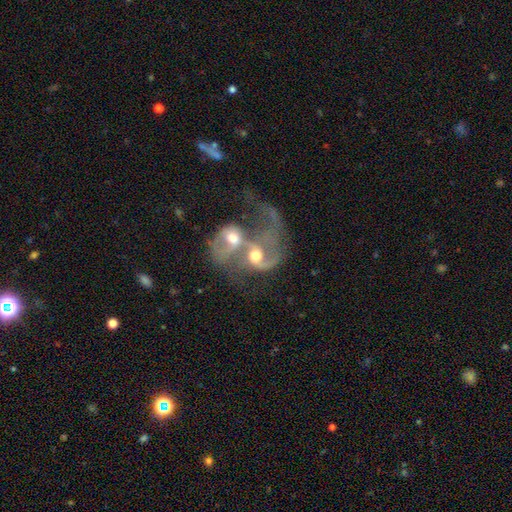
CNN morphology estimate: The model was most divided on "spiral winding": loose: 53%, medium: 34%, tight: 13%. More confident: edge-on disk — no (97%); spiral arms — yes (85%); merging — merger (83%); smooth or featured — featured or disk (76%); bulge size — moderate (68%); bar — no (60%); spiral arm count — 2 (58%).